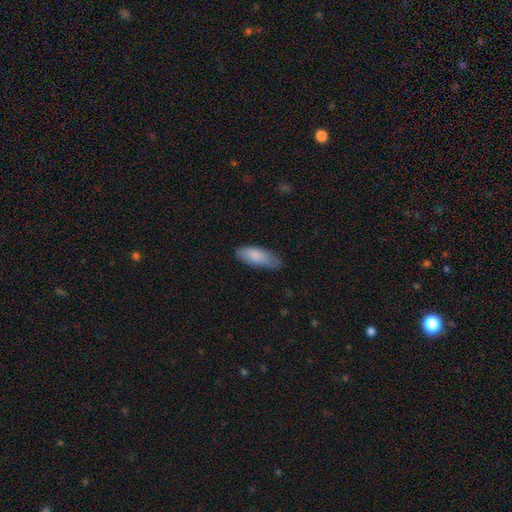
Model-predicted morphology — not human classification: A smooth galaxy with no disk features (86%) that is in between round and cigar-shaped (71%). Merging: none (68%).